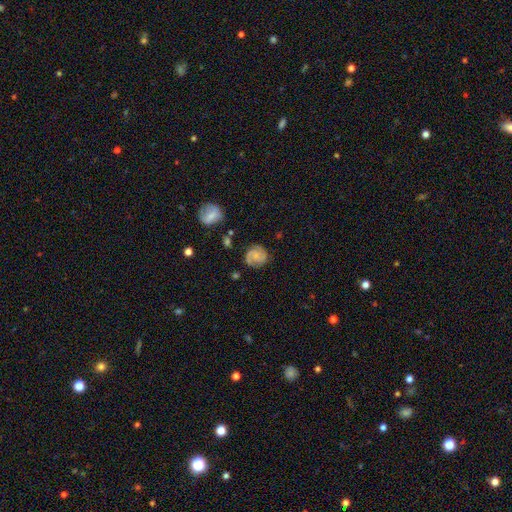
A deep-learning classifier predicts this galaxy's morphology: Overall: featured or disk (64%; smooth 28%). Edge-on disk: no (98%). Bar: no (62%; weak 32%). Spiral arms: yes (94%). Spiral arm count: 2 (75%). Spiral winding: tight (47%; medium 40%). Bulge size: small (41%; none 37%). Merging: none (75%).